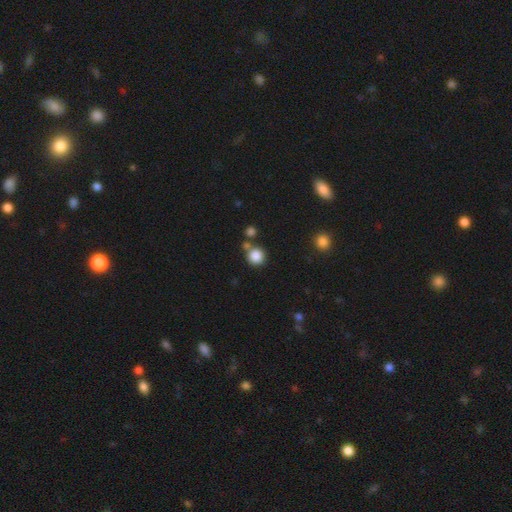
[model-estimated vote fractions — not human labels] A smooth galaxy with no disk features (85%) that is round (92%).

Vote fractions:
- Smooth or featured? smooth: 85% / star or artifact: 10% / featured or disk: 4%
- How rounded? round: 92% / in between: 7% / cigar-shaped: 1%
- Merging? none: 71% / merger: 18% / minor disturbance: 9% / major disturbance: 3%